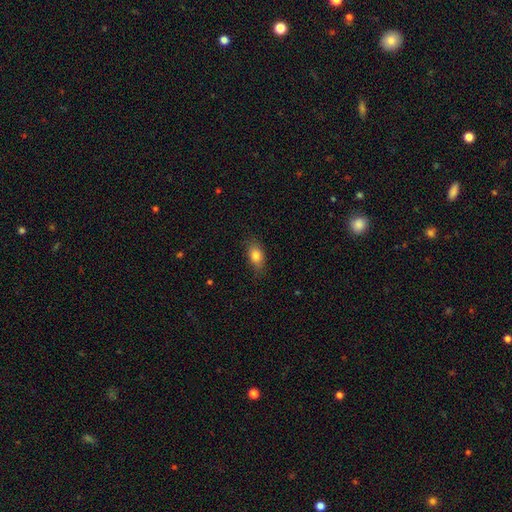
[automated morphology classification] Smooth or featured? smooth (82%)
How rounded? in between (85%)
Merging? none (81%)